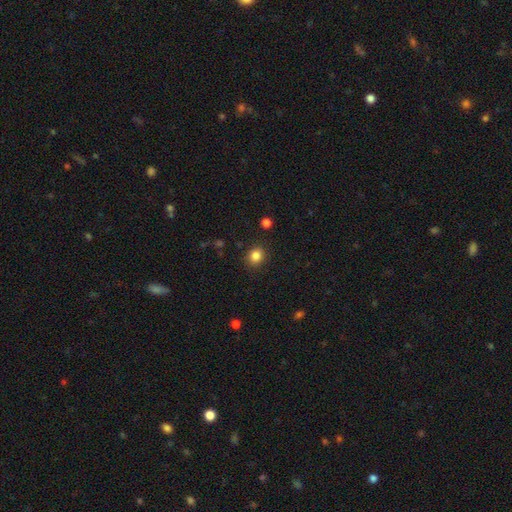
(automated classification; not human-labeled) smooth_or_featured: smooth (p=0.84) [alt: star or artifact p=0.11]
how_rounded: round (p=0.72) [alt: in between p=0.27]
merging: none (p=0.88) [alt: minor disturbance p=0.08]